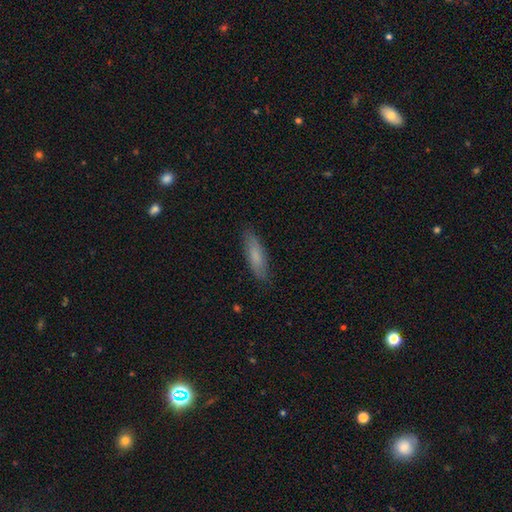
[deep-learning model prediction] Smooth or featured: smooth — 76% (featured or disk — 18%)
How rounded: cigar-shaped — 62% (in between — 37%)
Merging: none — 85% (minor disturbance — 12%)